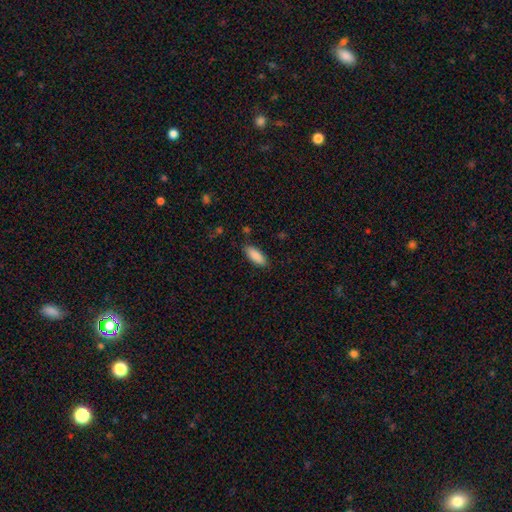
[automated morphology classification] smooth-or-featured: smooth: 88% | star or artifact: 6% | featured or disk: 6%
  how-rounded: in between: 73% | cigar-shaped: 25% | round: 2%
  merging: none: 85% | minor disturbance: 11% | major disturbance: 2% | merger: 2%